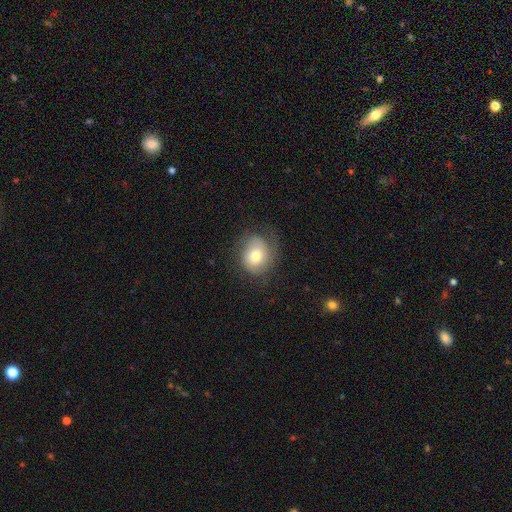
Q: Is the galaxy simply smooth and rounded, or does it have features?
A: smooth — 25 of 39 (64%).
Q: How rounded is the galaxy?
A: round — 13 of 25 (52%).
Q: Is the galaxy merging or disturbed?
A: none — 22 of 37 (59%).